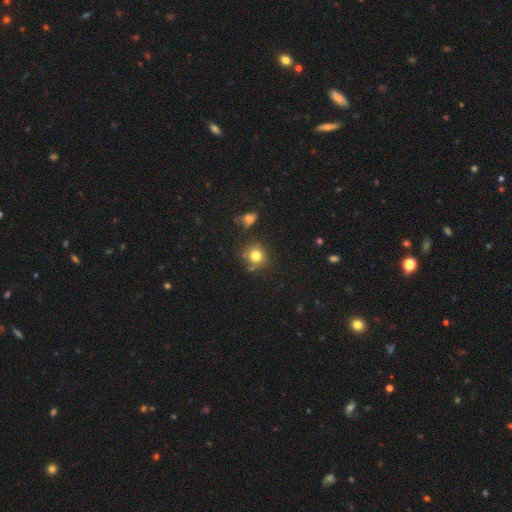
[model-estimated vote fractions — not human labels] Smooth or featured? Predicted: smooth (p=0.78). How rounded? Predicted: round (p=0.88). Merging? Predicted: none (p=0.74).